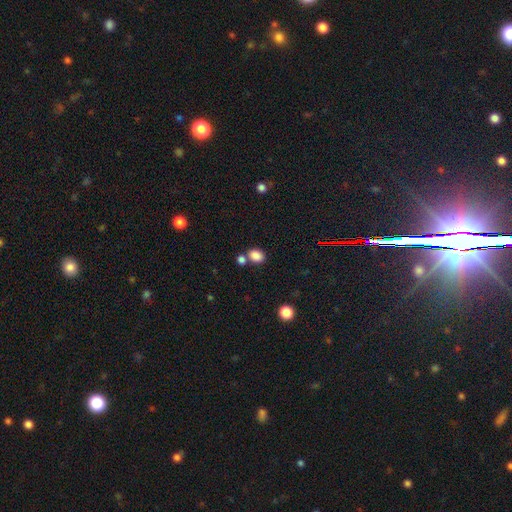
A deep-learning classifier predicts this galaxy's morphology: Smooth or featured? smooth (85%)
How rounded? in between (67%)
Merging? none (61%)